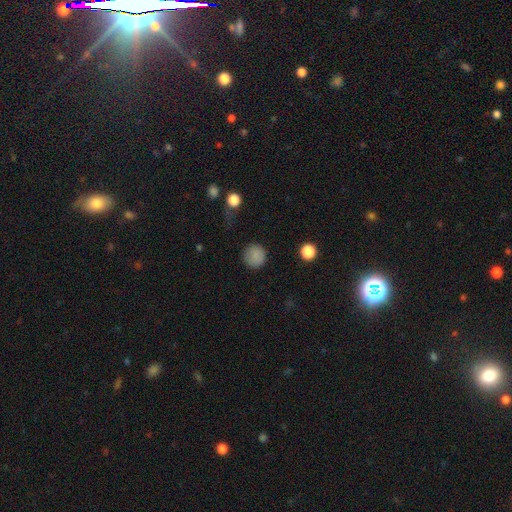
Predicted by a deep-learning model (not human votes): smooth_or_featured: smooth (p=0.85) [alt: star or artifact p=0.11]
how_rounded: round (p=0.94) [alt: in between p=0.05]
merging: none (p=0.84) [alt: minor disturbance p=0.10]